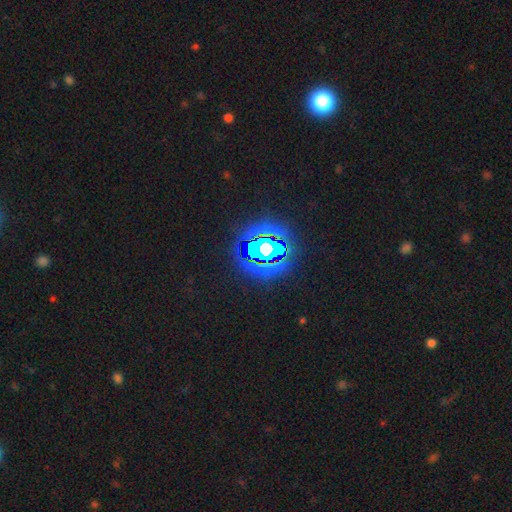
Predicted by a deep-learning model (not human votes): smooth_or_featured: star or artifact (p=0.81) [alt: smooth p=0.12]